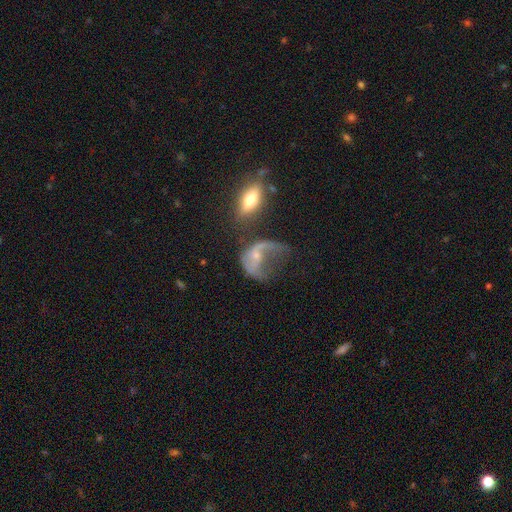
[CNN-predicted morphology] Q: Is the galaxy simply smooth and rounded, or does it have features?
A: featured or disk — 58%.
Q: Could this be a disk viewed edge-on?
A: no — 94%.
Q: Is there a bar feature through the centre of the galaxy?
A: no — 71%.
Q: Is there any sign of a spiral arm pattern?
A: yes — 55%.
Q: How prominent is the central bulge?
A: small — 57%.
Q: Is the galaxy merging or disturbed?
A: major disturbance — 53%.